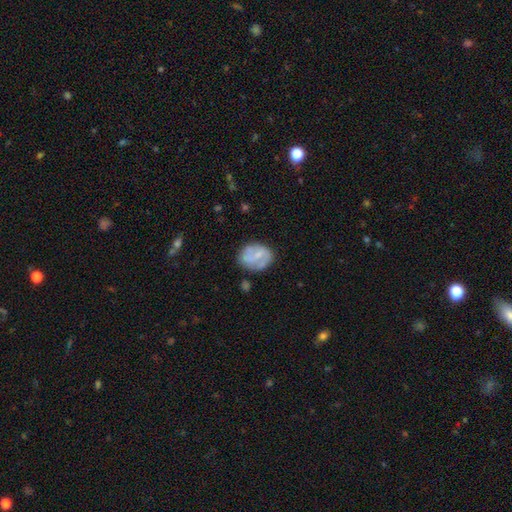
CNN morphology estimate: smooth_or_featured: featured or disk (p=0.55) [alt: smooth p=0.38]
disk_edge_on: no (p=0.97) [alt: yes p=0.03]
bar: weak (p=0.46) [alt: no p=0.40]
has_spiral_arms: yes (p=0.72) [alt: no p=0.28]
bulge_size: small (p=0.50) [alt: moderate p=0.26]
merging: none (p=0.67) [alt: minor disturbance p=0.21]